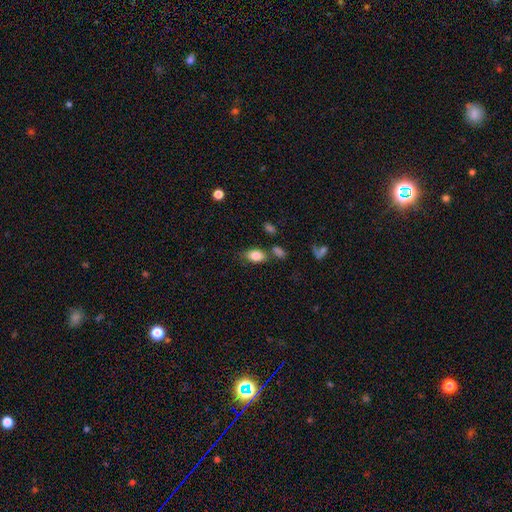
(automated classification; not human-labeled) A smooth galaxy with no disk features (83%) that is in between round and cigar-shaped (88%).

Vote fractions:
- Smooth or featured? smooth: 83% / featured or disk: 9% / star or artifact: 8%
- How rounded? in between: 88% / round: 10% / cigar-shaped: 2%
- Merging? none: 66% / minor disturbance: 18% / merger: 10% / major disturbance: 6%